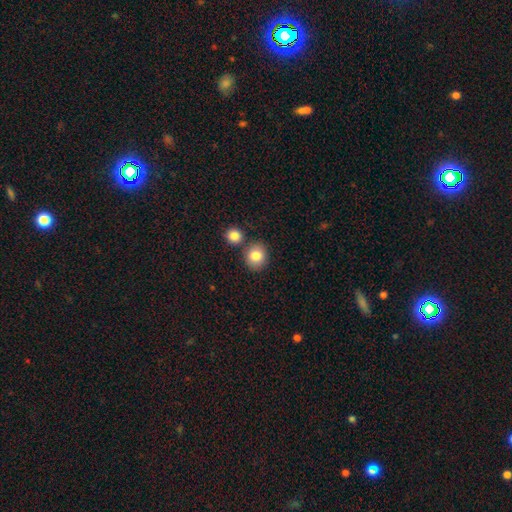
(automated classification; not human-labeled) Smooth or featured? Predicted: smooth (p=0.83). How rounded? Predicted: round (p=0.77). Merging? Predicted: none (p=0.75).